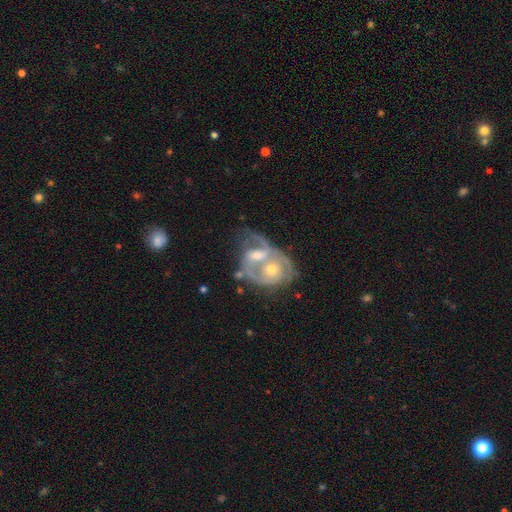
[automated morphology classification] A featured or disk galaxy (82%) with no bar (43%), 2 (76%) medium (50%) spiral arms (90%) and a moderate central bulge (61%). Merging: merger (72%).